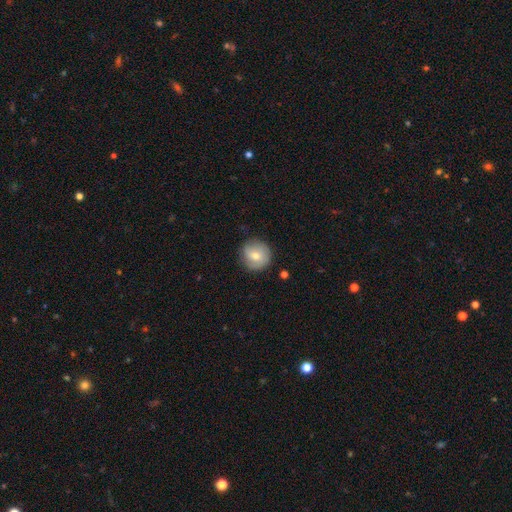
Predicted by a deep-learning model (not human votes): smooth 57%, featured or disk 35%, star or artifact 8%. Down the decision tree: how rounded — round (93%); merging — none (81%).